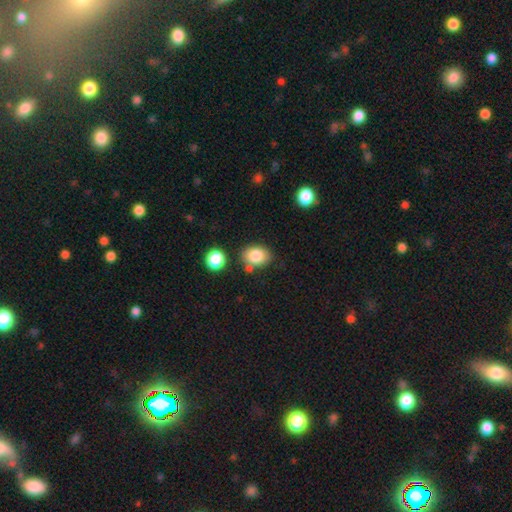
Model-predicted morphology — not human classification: This appears to be a smooth galaxy with no disk features (83%) that is in between round and cigar-shaped (65%). Merging: none (71%).